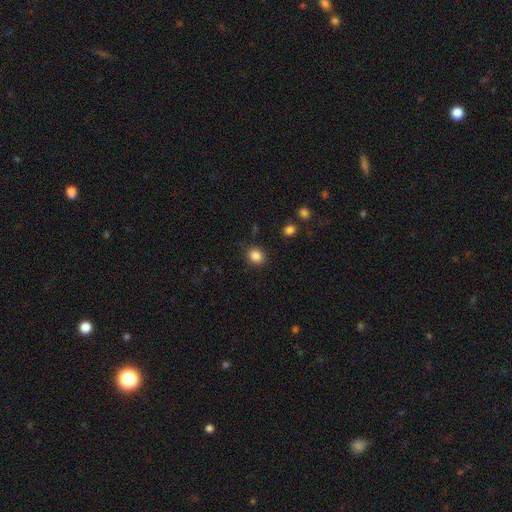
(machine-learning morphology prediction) Smooth or featured? Predicted: smooth (p=0.85). How rounded? Predicted: round (p=0.73). Merging? Predicted: none (p=0.88).